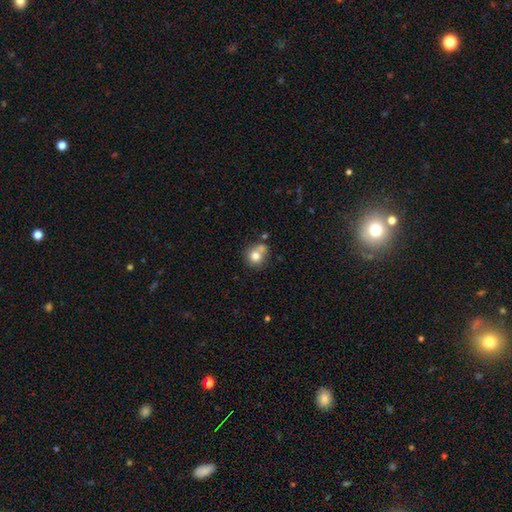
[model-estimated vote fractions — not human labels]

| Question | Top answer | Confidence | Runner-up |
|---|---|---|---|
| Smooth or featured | smooth | 76% | featured or disk (13%) |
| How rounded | round | 83% | in between (16%) |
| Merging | none | 51% | merger (26%) |